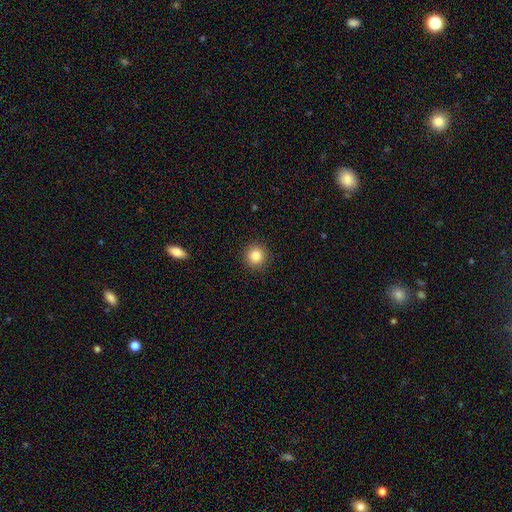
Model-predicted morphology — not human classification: Smooth or featured? Predicted: smooth (p=0.85). How rounded? Predicted: round (p=0.94). Merging? Predicted: none (p=0.92).